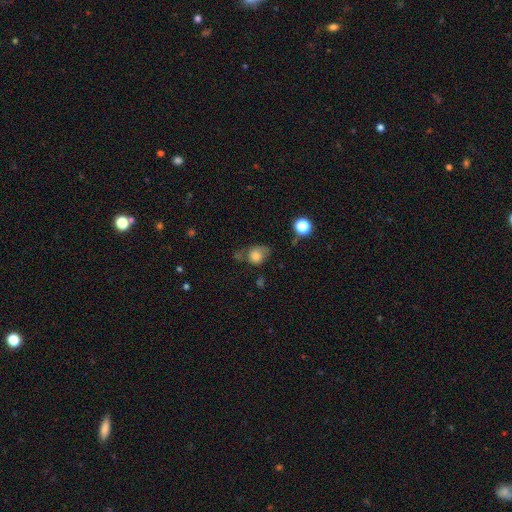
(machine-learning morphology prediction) smooth-or-featured: smooth: 76% | featured or disk: 12% | star or artifact: 11%
  how-rounded: round: 55% | in between: 44% | cigar-shaped: 1%
  merging: none: 43% | minor disturbance: 29% | major disturbance: 18% | merger: 10%